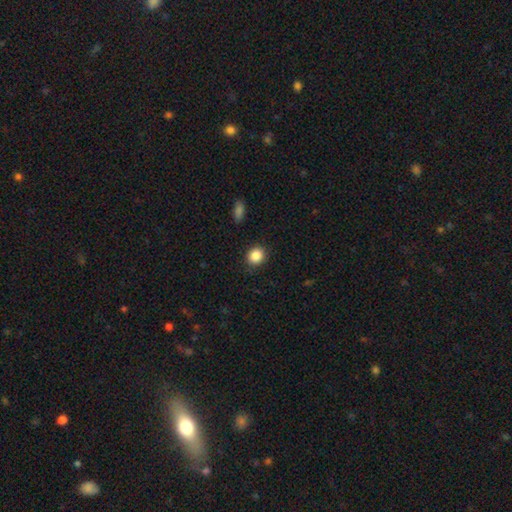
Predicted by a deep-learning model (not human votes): The model was most divided on "how rounded": round: 76%, in between: 23%, cigar-shaped: 1%. More confident: merging — none (89%); smooth or featured — smooth (86%).